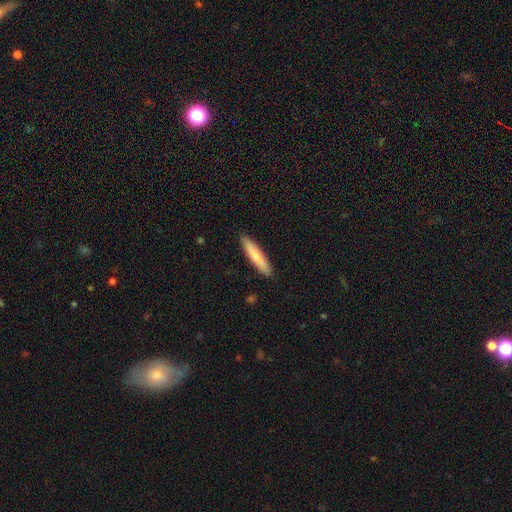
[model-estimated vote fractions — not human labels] A smooth galaxy with no disk features (80%) that is cigar-shaped (90%). Merging: none (91%).